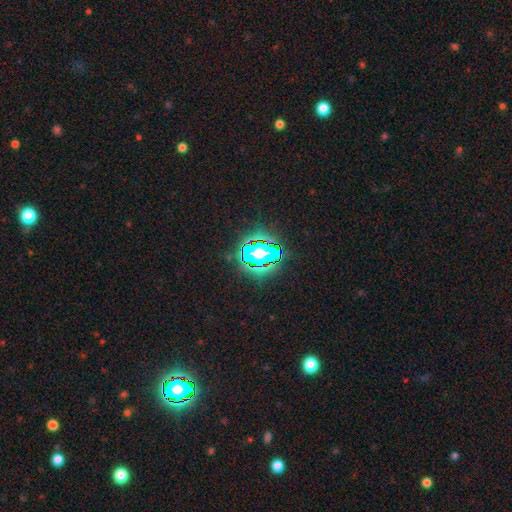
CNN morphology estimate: This is clearly a star or artifact rather than a galaxy (82%).